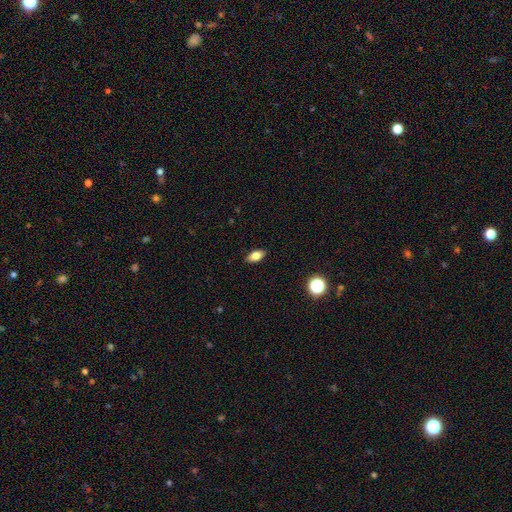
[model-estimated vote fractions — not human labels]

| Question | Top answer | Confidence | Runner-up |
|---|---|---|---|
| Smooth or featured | smooth | 81% | featured or disk (10%) |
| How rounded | in between | 88% | round (6%) |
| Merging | none | 89% | minor disturbance (8%) |